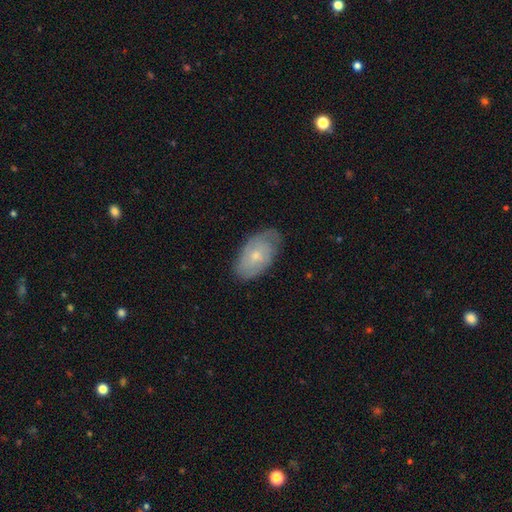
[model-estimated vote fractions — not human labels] A featured or disk galaxy (50%). Merging: none (69%).